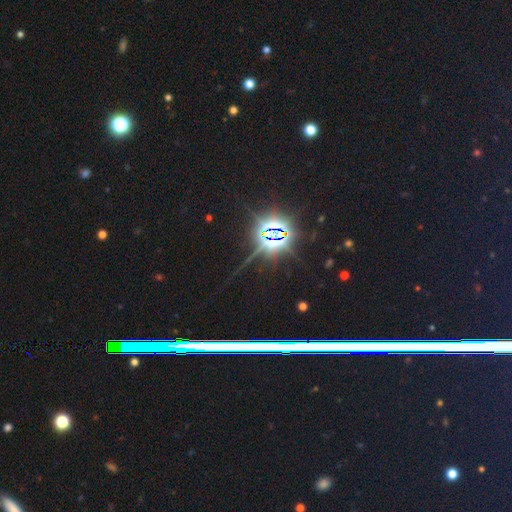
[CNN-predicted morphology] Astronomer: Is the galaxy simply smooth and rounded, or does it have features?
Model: star or artifact — 78%.